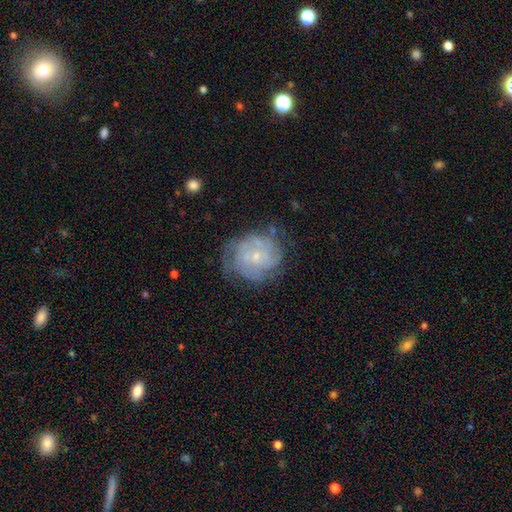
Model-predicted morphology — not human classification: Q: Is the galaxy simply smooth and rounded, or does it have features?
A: featured or disk — 73%.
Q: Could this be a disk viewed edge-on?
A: no — 98%.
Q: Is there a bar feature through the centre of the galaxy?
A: no — 78%.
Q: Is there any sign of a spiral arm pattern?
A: yes — 86%.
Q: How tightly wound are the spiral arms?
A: tight — 66%.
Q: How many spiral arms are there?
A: can't tell — 47%.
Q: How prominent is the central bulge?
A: small — 76%.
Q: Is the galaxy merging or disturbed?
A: none — 64%.